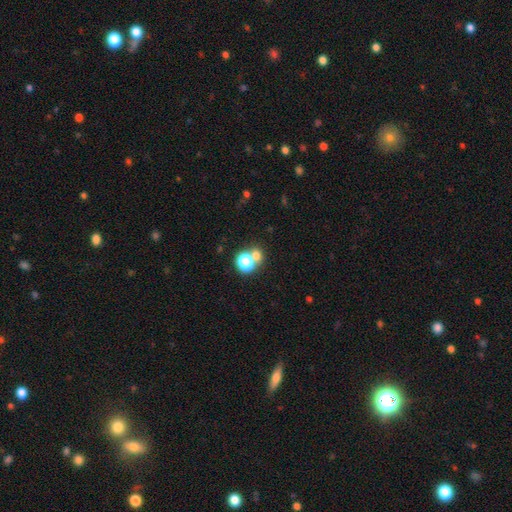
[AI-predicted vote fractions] This is likely a smooth galaxy (61%). How rounded: likely round (75%). Merging: possibly none (52%).